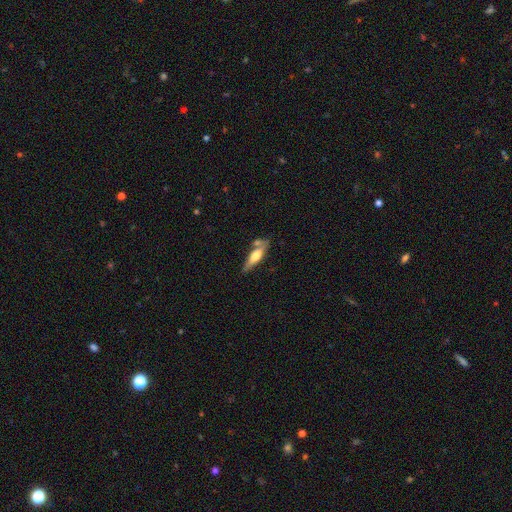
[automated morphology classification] Smooth or featured?
  - smooth: 48% *
  - featured or disk: 46%
  - star or artifact: 6%
Merging?
  - none: 61% *
  - minor disturbance: 17%
  - merger: 17%
  - major disturbance: 5%